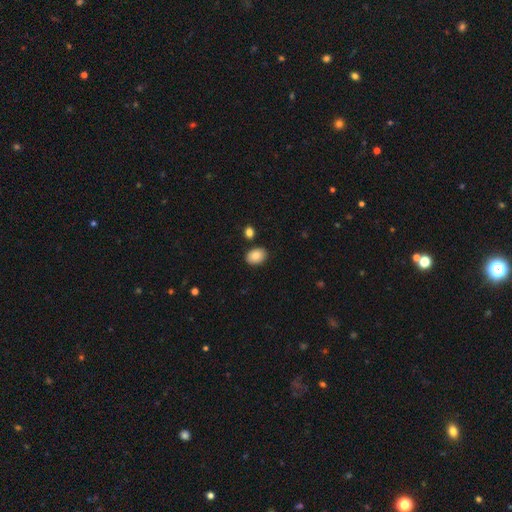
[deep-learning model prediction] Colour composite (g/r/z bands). It shows a smooth galaxy with no disk features (85%) that is in between round and cigar-shaped (78%). Merging: none (86%).